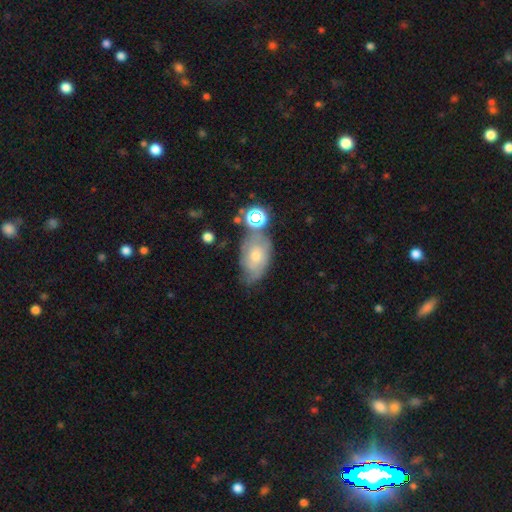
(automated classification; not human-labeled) Smooth or featured: featured or disk — 45% (smooth — 41%)
Merging: none — 46% (minor disturbance — 28%)